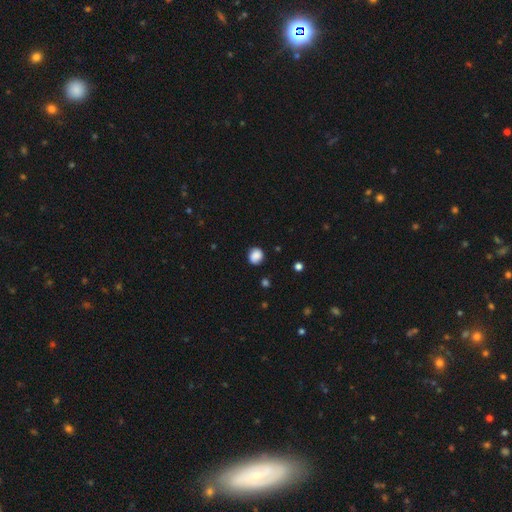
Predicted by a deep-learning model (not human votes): Smooth or featured? smooth (84%)
How rounded? round (79%)
Merging? none (81%)